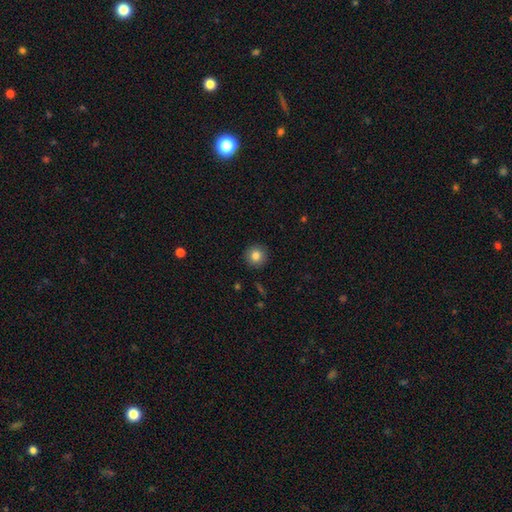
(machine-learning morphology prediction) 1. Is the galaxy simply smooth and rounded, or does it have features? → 83% smooth, 10% star or artifact, 8% featured or disk.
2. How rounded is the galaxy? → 94% round, 5% in between, 1% cigar-shaped.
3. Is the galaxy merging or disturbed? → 92% none, 5% minor disturbance, 2% major disturbance, 1% merger.